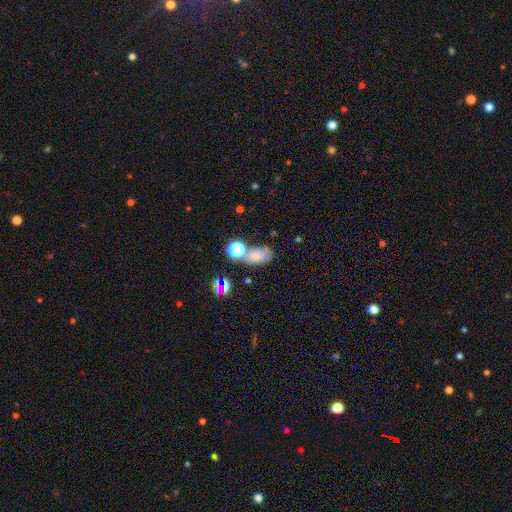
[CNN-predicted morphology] This appears to be a smooth galaxy with no disk features (65%) that is in between round and cigar-shaped (81%). Merging: none (51%).